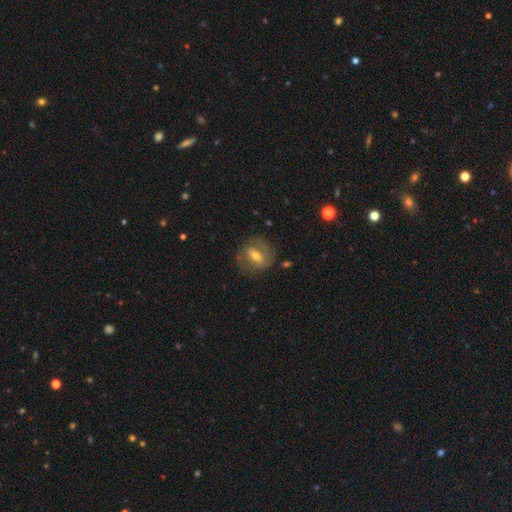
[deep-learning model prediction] Overall: featured or disk (61%; smooth 32%). Edge-on disk: no (93%). Bar: weak (41%; strong 38%). Spiral arms: yes (69%; no 31%). Bulge size: moderate (63%; small 26%). Merging: none (72%).